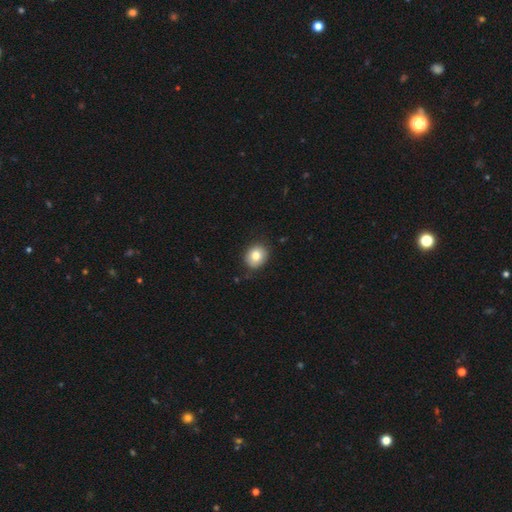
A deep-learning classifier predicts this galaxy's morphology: smooth_or_featured: smooth (p=0.80) [alt: featured or disk p=0.11]
how_rounded: round (p=0.65) [alt: in between p=0.35]
merging: none (p=0.84) [alt: minor disturbance p=0.13]